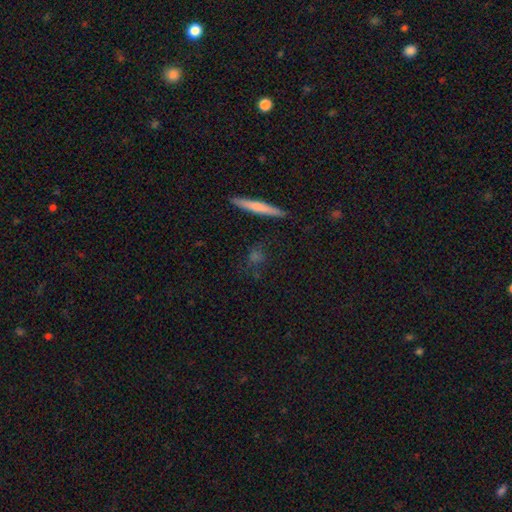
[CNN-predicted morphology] smooth_or_featured: smooth (p=0.58) [alt: featured or disk p=0.28]
how_rounded: cigar-shaped (p=0.57) [alt: round p=0.28]
merging: none (p=0.83) [alt: minor disturbance p=0.11]